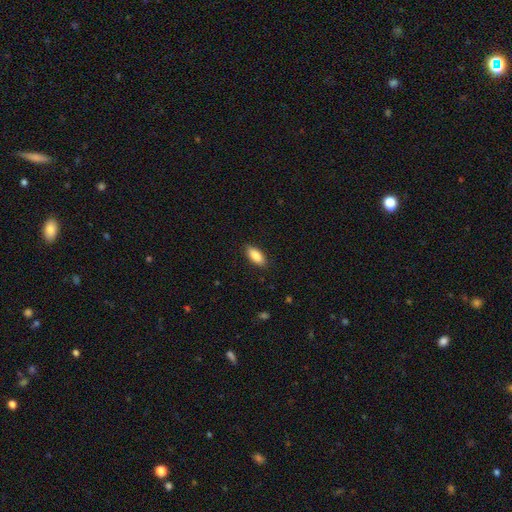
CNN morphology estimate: Overall: smooth (88%). How rounded: in between (85%). Merging: none (87%).